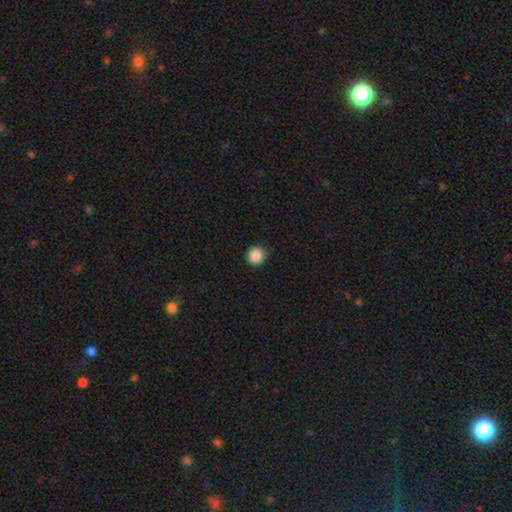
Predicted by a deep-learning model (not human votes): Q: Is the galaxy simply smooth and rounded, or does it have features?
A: smooth — 87%.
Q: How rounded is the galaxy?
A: round — 92%.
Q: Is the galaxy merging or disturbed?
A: none — 90%.